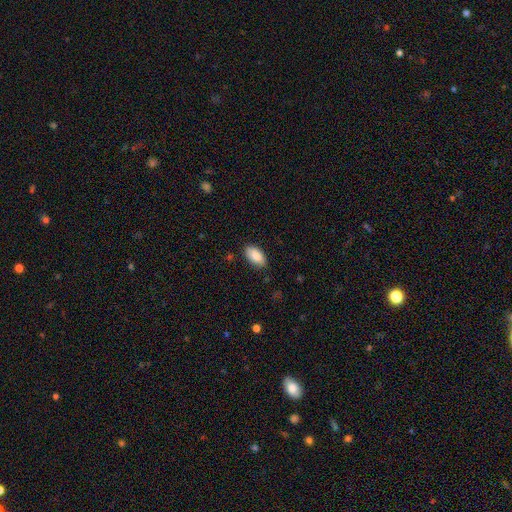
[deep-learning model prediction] Smooth or featured: smooth — 87% (featured or disk — 7%)
How rounded: in between — 94% (round — 4%)
Merging: none — 84% (minor disturbance — 13%)